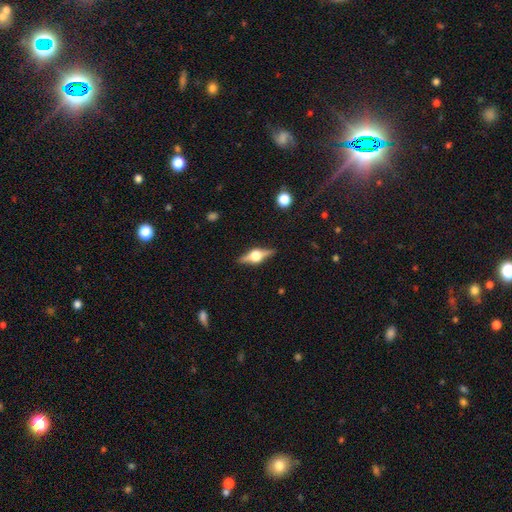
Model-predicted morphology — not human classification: featured or disk 78%, smooth 15%, star or artifact 7%. Down the decision tree: edge-on disk — yes (97%); edge-on bulge — rounded (94%); merging — none (88%).